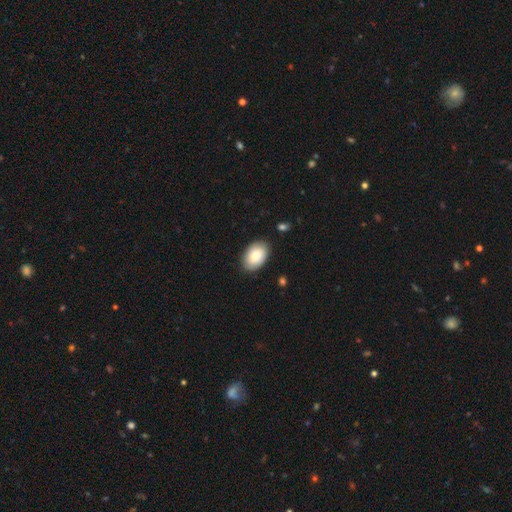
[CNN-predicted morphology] The model was most divided on "smooth or featured": smooth: 85%, featured or disk: 9%, star or artifact: 6%. More confident: how rounded — in between (91%); merging — none (86%).